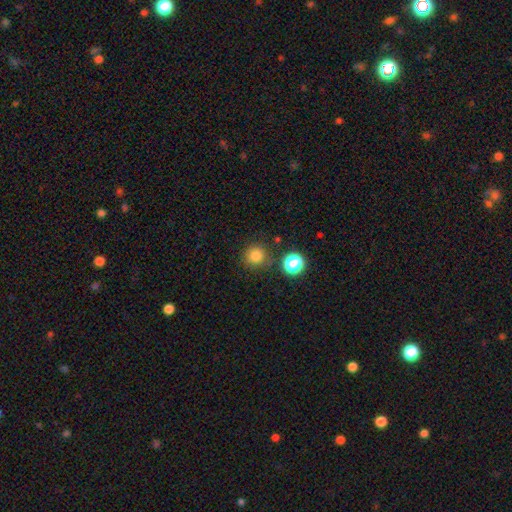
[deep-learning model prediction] Smooth or featured: smooth — 80% (star or artifact — 15%)
How rounded: round — 94% (in between — 5%)
Merging: none — 85% (minor disturbance — 8%)